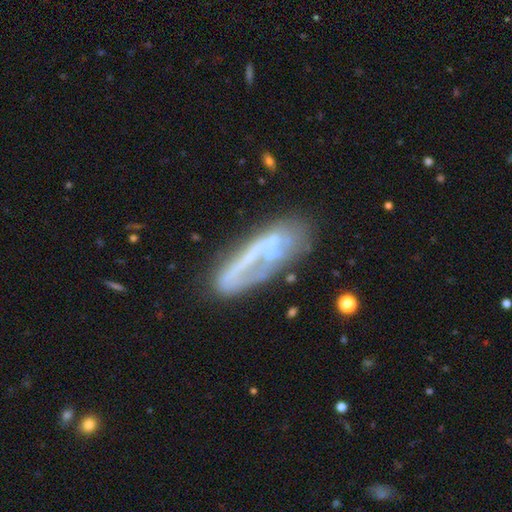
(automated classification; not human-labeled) Smooth or featured?
  - featured or disk: 60% *
  - smooth: 30%
  - star or artifact: 10%
Edge-on disk?
  - no: 71% *
  - yes: 29%
Merging?
  - none: 57% *
  - minor disturbance: 21%
  - major disturbance: 14%
  - merger: 9%